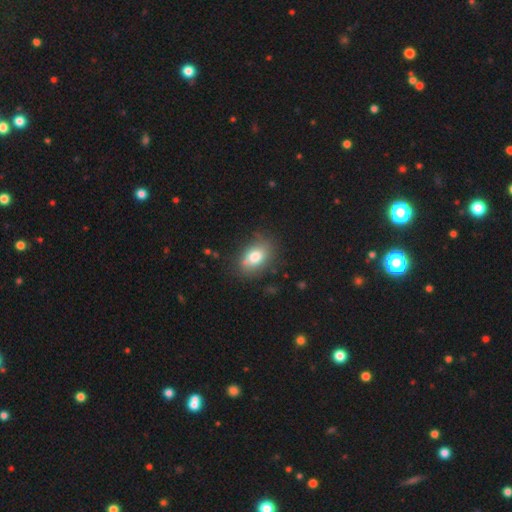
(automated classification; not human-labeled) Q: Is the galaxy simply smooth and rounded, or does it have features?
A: smooth — 79%.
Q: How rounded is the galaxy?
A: in between — 83%.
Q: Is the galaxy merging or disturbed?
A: none — 75%.